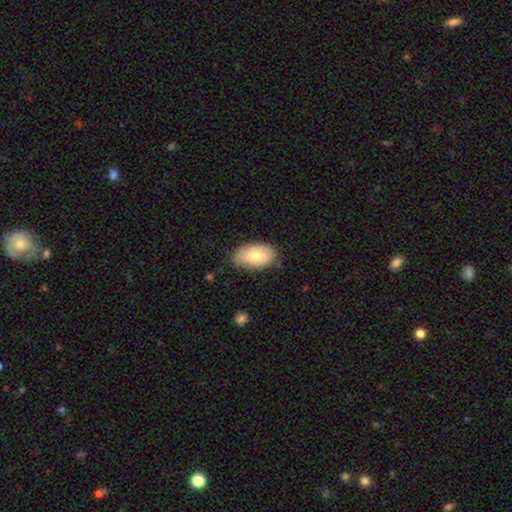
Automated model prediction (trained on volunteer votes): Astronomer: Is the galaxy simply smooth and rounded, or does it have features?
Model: smooth — 77%.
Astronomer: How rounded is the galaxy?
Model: in between — 94%.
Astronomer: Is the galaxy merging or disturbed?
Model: none — 74%.